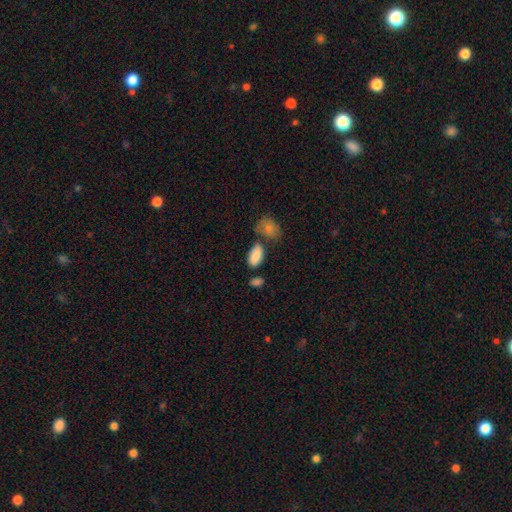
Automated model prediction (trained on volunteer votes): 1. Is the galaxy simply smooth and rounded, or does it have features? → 86% smooth, 7% featured or disk, 7% star or artifact.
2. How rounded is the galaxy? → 94% in between, 3% round, 3% cigar-shaped.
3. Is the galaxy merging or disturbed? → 61% none, 18% minor disturbance, 15% merger, 5% major disturbance.